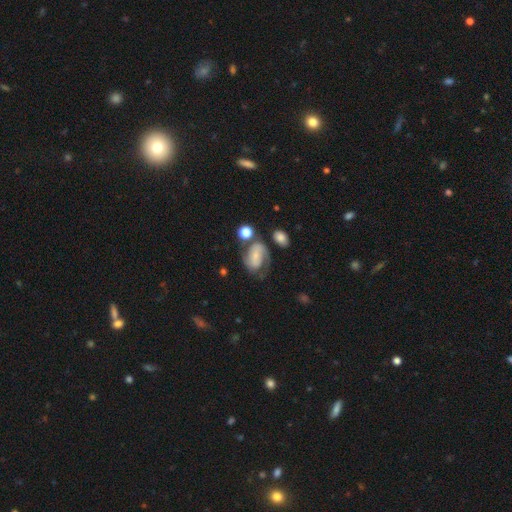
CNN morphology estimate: A featured or disk galaxy (56%) with no bar (47%), spiral arms (84%) and a small central bulge (58%). Merging: none (43%).